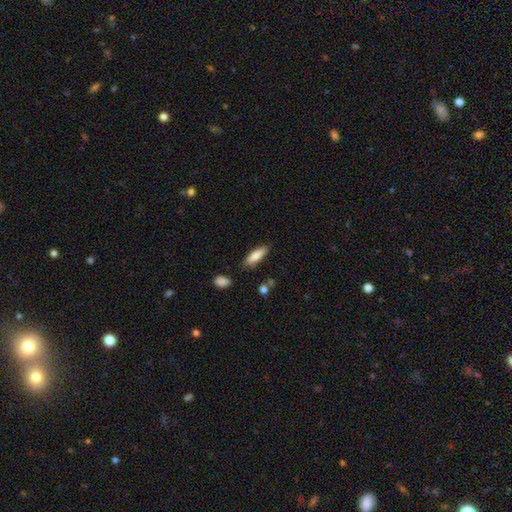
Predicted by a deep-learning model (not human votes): smooth 77%, featured or disk 17%, star or artifact 6%. Down the decision tree: how rounded — cigar-shaped (55%); merging — none (80%).